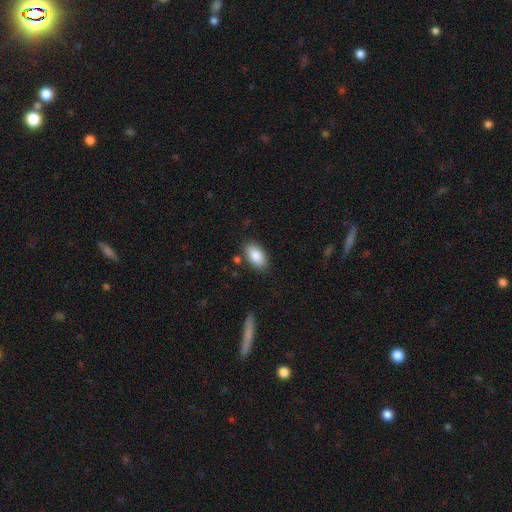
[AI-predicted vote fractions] This is clearly a smooth galaxy (87%). How rounded: clearly in between (94%). Merging: clearly none (83%).